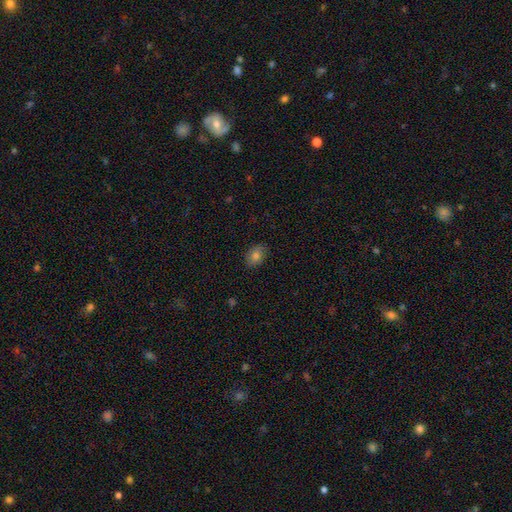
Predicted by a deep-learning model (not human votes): Overall: smooth (77%). How rounded: in between (72%). Merging: none (84%).